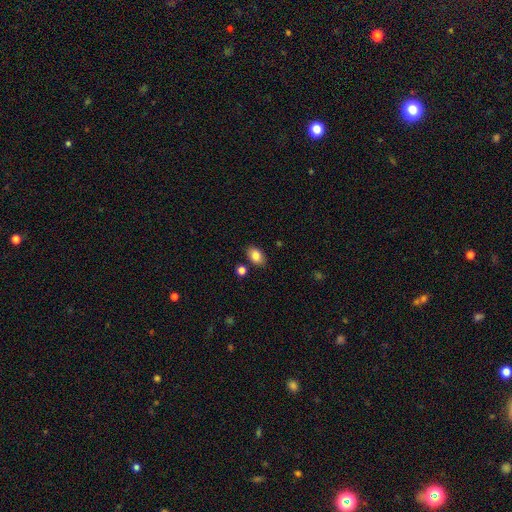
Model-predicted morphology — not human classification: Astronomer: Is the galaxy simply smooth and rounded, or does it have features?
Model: smooth — 84%.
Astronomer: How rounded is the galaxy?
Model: in between — 84%.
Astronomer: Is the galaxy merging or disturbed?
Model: none — 83%.